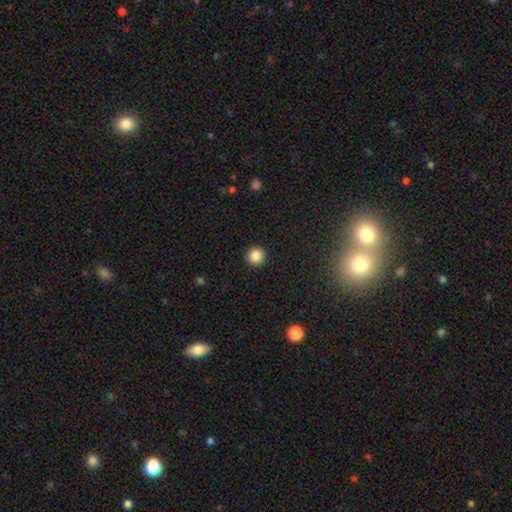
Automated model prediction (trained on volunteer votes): smooth_or_featured: smooth (p=0.86) [alt: star or artifact p=0.10]
how_rounded: round (p=0.95) [alt: in between p=0.04]
merging: none (p=0.93) [alt: minor disturbance p=0.04]